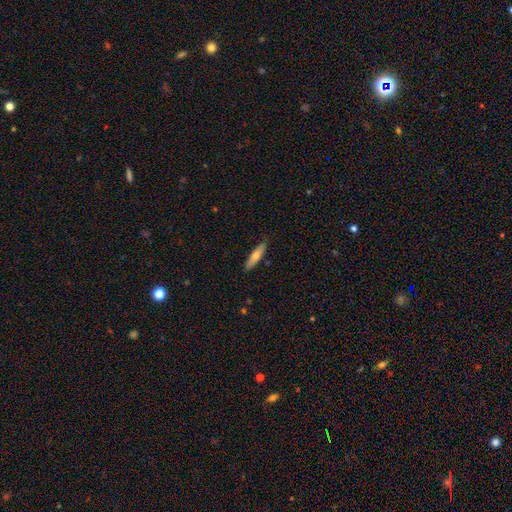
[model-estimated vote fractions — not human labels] This appears to be a smooth galaxy with no disk features (66%) that is cigar-shaped (73%). Merging: none (86%).